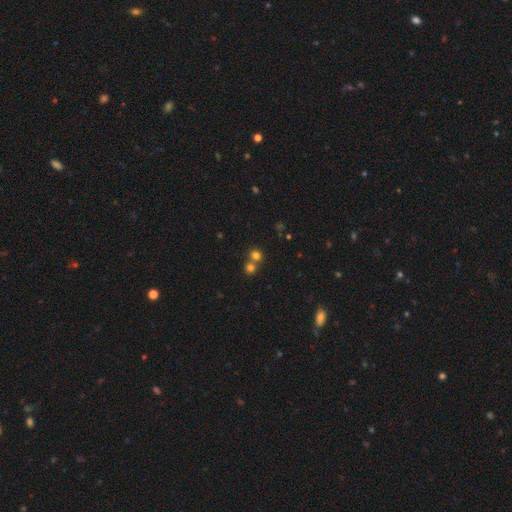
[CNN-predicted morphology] The model was most divided on "merging": none: 53%, merger: 40%, minor disturbance: 5%, major disturbance: 2%. More confident: how rounded — round (85%); smooth or featured — smooth (74%).